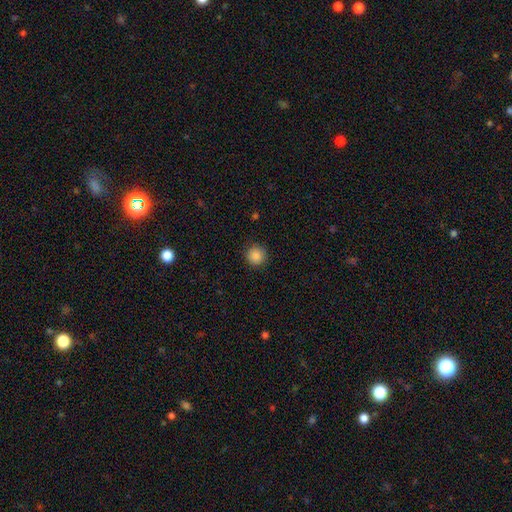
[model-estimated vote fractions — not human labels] Smooth or featured? smooth (87%)
How rounded? round (95%)
Merging? none (90%)